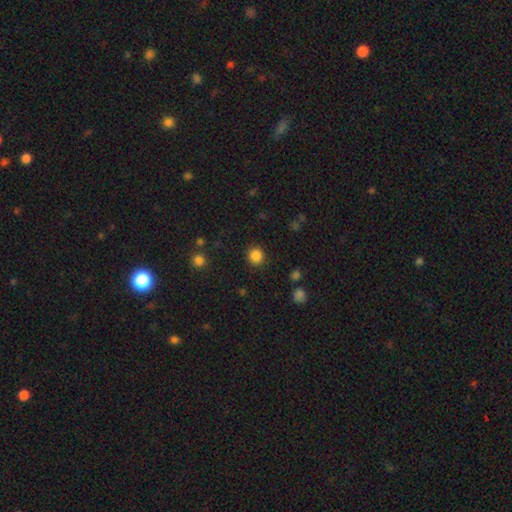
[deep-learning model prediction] Overall: smooth (85%). How rounded: round (92%). Merging: none (90%).